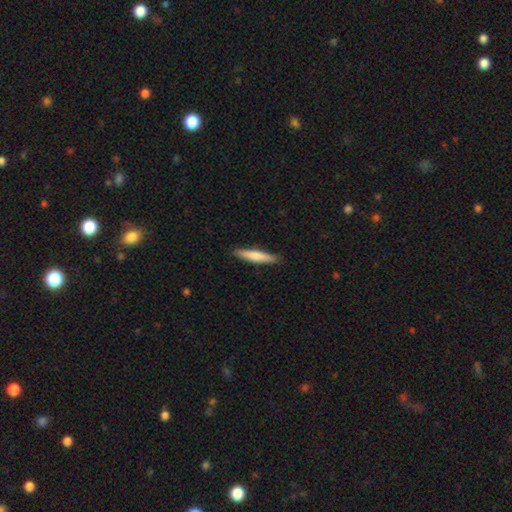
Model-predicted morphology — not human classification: smooth 72%, featured or disk 23%, star or artifact 5%. Down the decision tree: how rounded — cigar-shaped (91%); merging — none (91%).